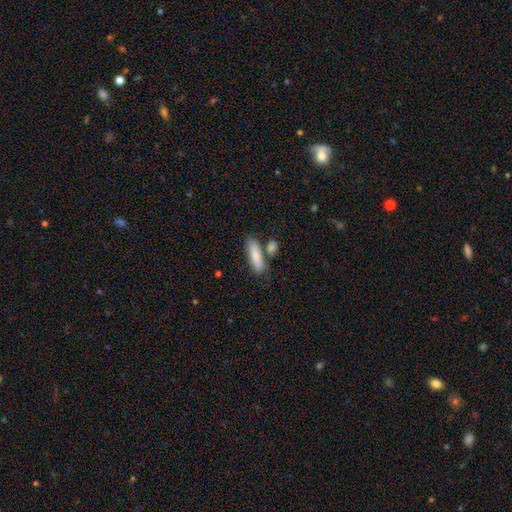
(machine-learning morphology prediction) Smooth or featured? Predicted: smooth (p=0.83). How rounded? Predicted: cigar-shaped (p=0.50). Merging? Predicted: none (p=0.67).